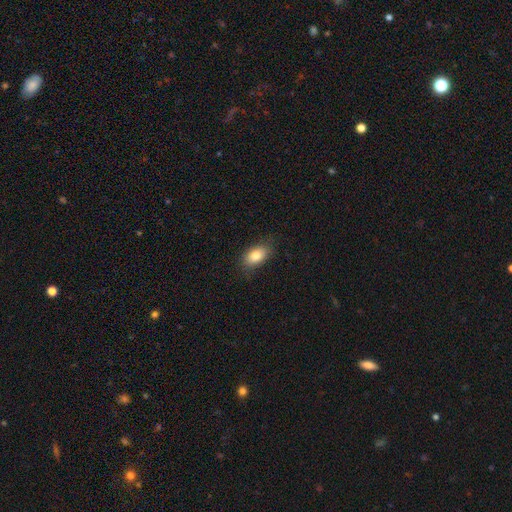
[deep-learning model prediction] Q: Smooth or featured?
A: smooth (84%); runner-up: featured or disk (8%)
Q: How rounded?
A: in between (90%); runner-up: round (7%)
Q: Merging?
A: none (81%); runner-up: minor disturbance (15%)